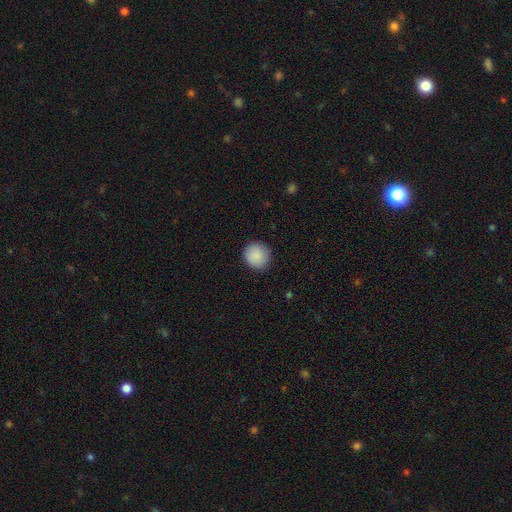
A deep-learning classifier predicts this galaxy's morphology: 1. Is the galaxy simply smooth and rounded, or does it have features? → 89% smooth, 7% star or artifact, 4% featured or disk.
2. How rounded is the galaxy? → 89% round, 10% in between, 1% cigar-shaped.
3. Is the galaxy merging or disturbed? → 87% none, 10% minor disturbance, 2% major disturbance, 1% merger.